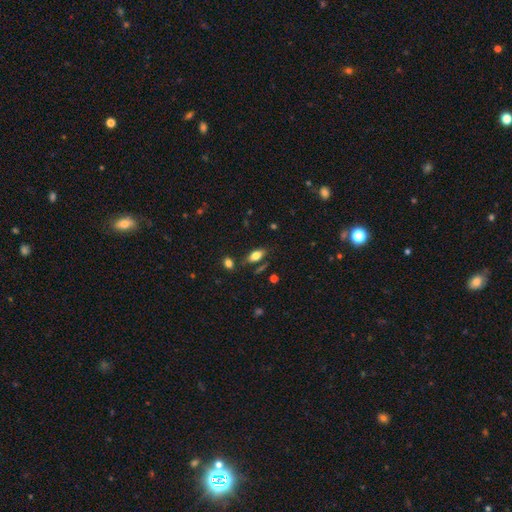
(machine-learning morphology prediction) Overall: smooth (71%). How rounded: in between (83%). Merging: none (76%).